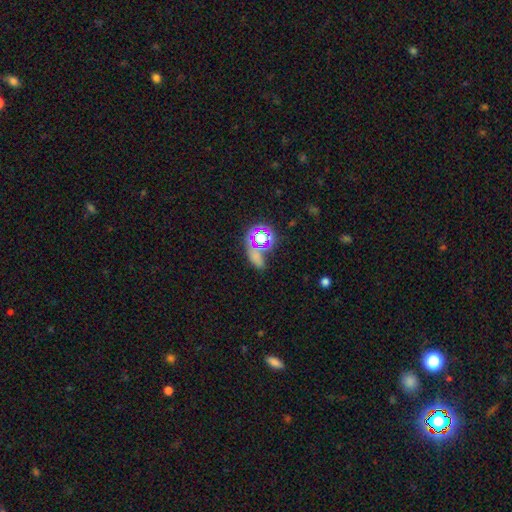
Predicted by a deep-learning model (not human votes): Overall: smooth (44%, tied with star or artifact). Merging: none (55%; merger 19%).